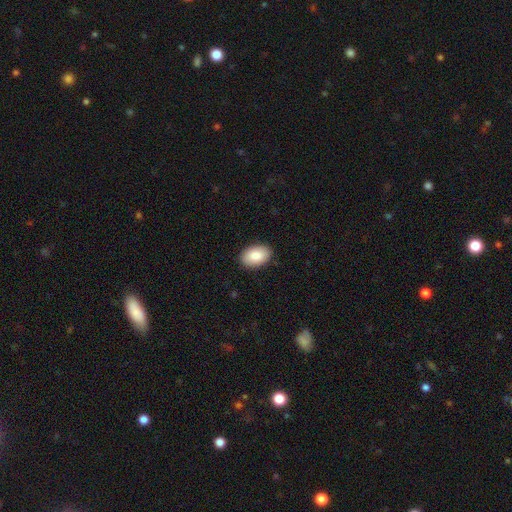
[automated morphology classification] Smooth or featured? smooth (87%)
How rounded? in between (89%)
Merging? none (89%)